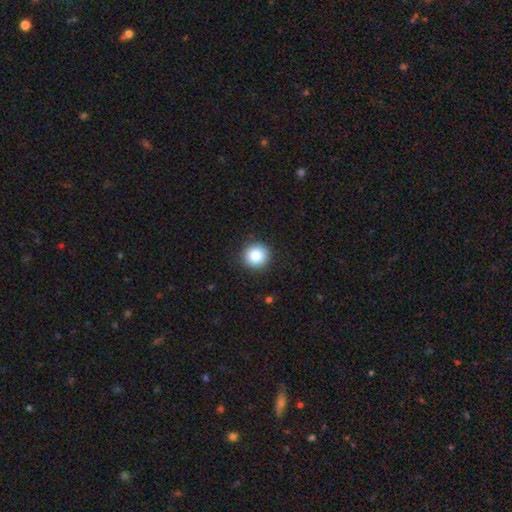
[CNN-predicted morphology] The model was most divided on "smooth or featured": smooth: 85%, star or artifact: 9%, featured or disk: 5%. More confident: how rounded — round (94%); merging — none (91%).